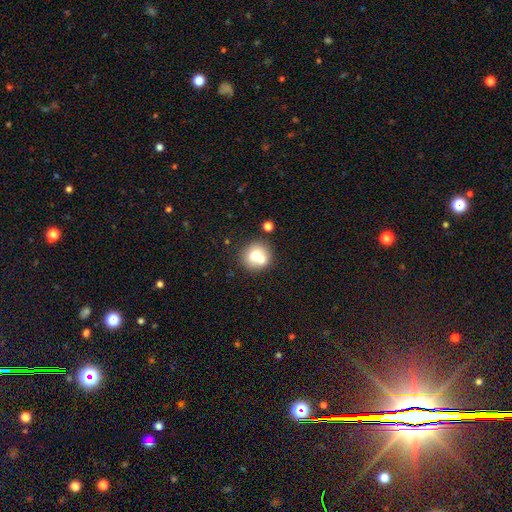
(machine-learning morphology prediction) This is likely a smooth galaxy (69%). How rounded: clearly round (88%). Merging: possibly none (56%).